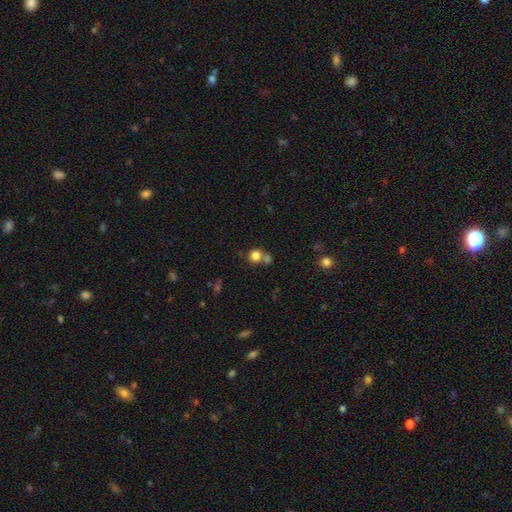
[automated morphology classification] Overall: smooth (81%). How rounded: round (87%). Merging: none (53%; merger 34%).